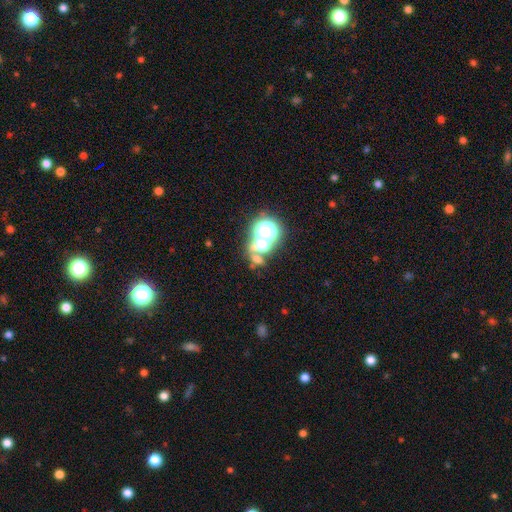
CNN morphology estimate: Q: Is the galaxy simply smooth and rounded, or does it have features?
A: star or artifact — 44%.